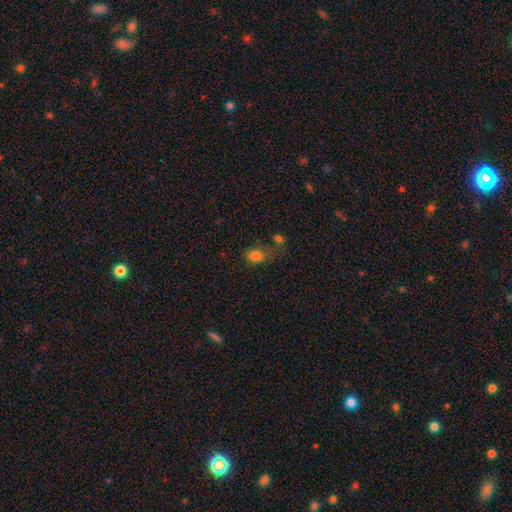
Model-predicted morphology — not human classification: smooth 80%, star or artifact 14%, featured or disk 7%. Down the decision tree: how rounded — in between (60%); merging — none (44%).